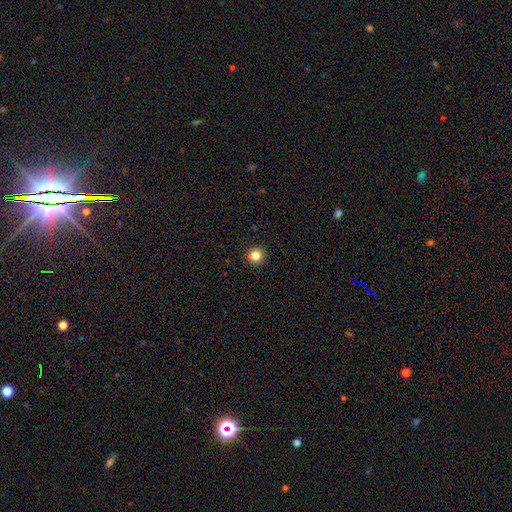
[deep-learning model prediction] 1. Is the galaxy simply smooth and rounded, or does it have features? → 82% smooth, 12% star or artifact, 6% featured or disk.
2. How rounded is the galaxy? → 92% round, 7% in between, 1% cigar-shaped.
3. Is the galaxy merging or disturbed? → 92% none, 5% minor disturbance, 2% major disturbance, 1% merger.